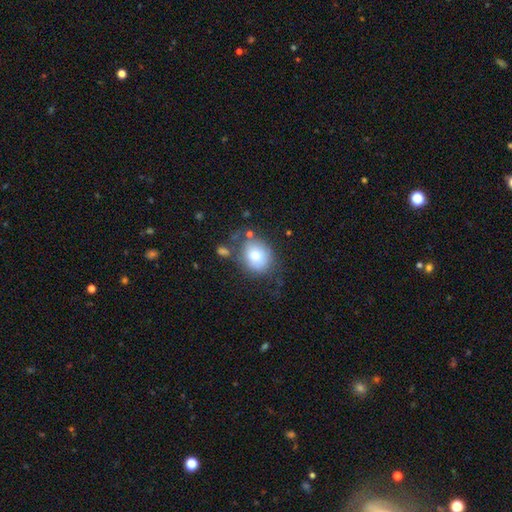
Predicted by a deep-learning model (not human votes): smooth 77%, featured or disk 15%, star or artifact 8%. Down the decision tree: how rounded — round (56%); merging — none (60%).